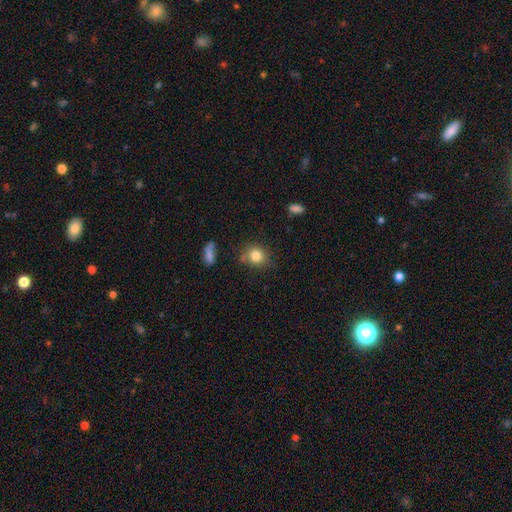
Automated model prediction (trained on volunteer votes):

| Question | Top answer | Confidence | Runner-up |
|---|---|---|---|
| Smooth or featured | smooth | 81% | star or artifact (11%) |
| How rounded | round | 73% | in between (26%) |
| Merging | none | 72% | minor disturbance (17%) |